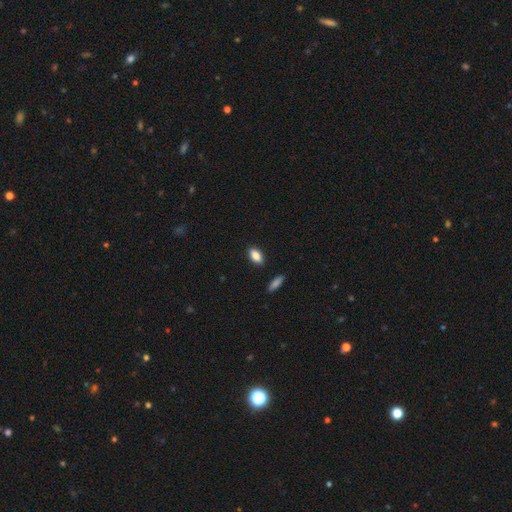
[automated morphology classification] Smooth or featured: smooth — 86% (star or artifact — 7%)
How rounded: in between — 89% (cigar-shaped — 7%)
Merging: none — 88% (minor disturbance — 9%)